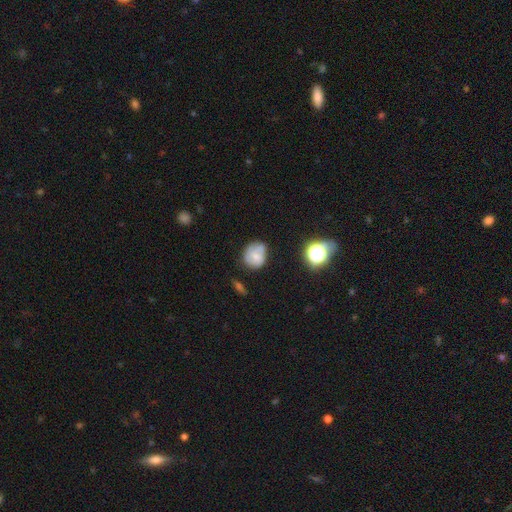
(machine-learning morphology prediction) Smooth or featured? smooth (58%)
How rounded? round (65%)
Merging? none (52%)